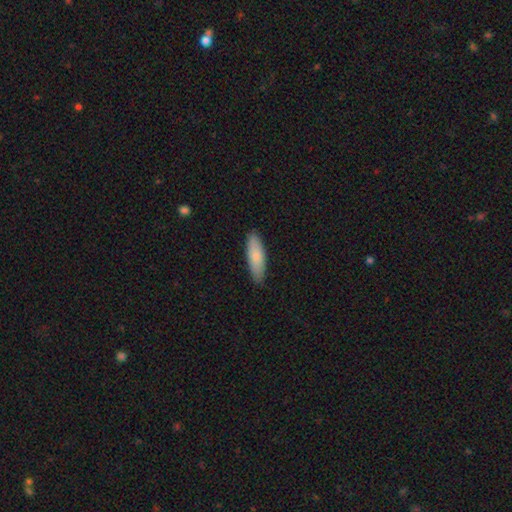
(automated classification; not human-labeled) smooth-or-featured: smooth: 81% | featured or disk: 13% | star or artifact: 6%
  how-rounded: cigar-shaped: 53% | in between: 46% | round: 2%
  merging: none: 88% | minor disturbance: 10% | major disturbance: 2% | merger: 1%